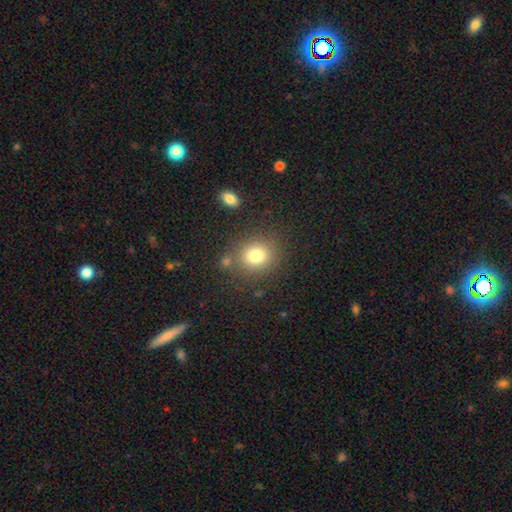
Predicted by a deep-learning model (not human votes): Morphology: type=smooth (79%); roundness=round (74%); merging=none (79%).